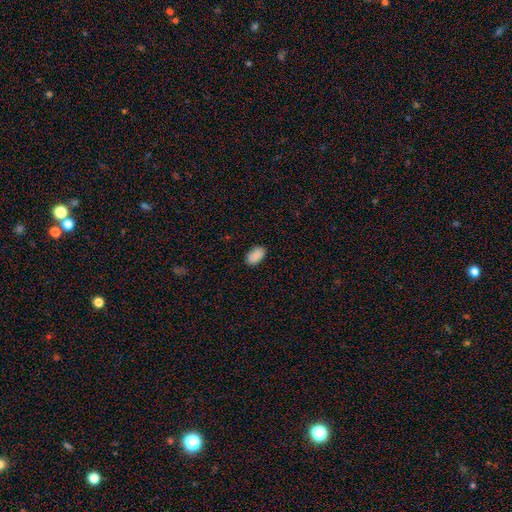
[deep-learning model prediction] Morphology: type=smooth (89%); roundness=in between (94%); merging=none (87%).